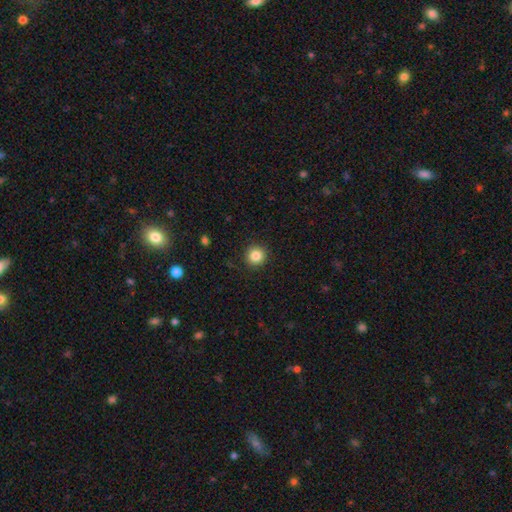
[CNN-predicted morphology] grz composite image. It shows a smooth galaxy with no disk features (85%) that is round (94%). Merging: none (91%).